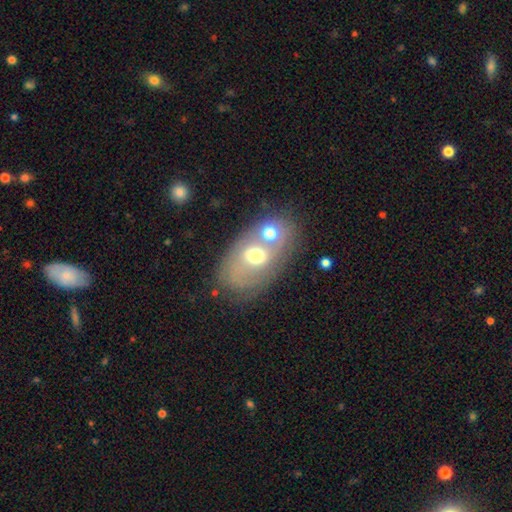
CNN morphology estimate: type=smooth (44%, tied with featured or disk); merging=none (40%).